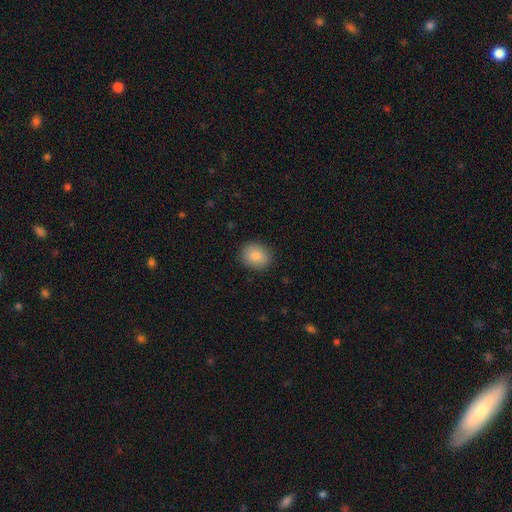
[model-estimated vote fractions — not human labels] Smooth or featured: smooth — 85% (star or artifact — 8%)
How rounded: round — 63% (in between — 36%)
Merging: none — 89% (minor disturbance — 8%)